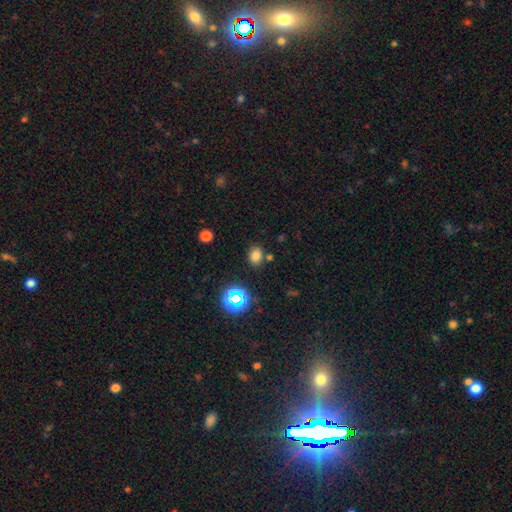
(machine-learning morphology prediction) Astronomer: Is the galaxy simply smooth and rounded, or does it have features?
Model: smooth — 74%.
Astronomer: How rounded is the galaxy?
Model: in between — 53% (runner-up: round, 46%).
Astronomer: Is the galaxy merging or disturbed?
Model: none — 79%.